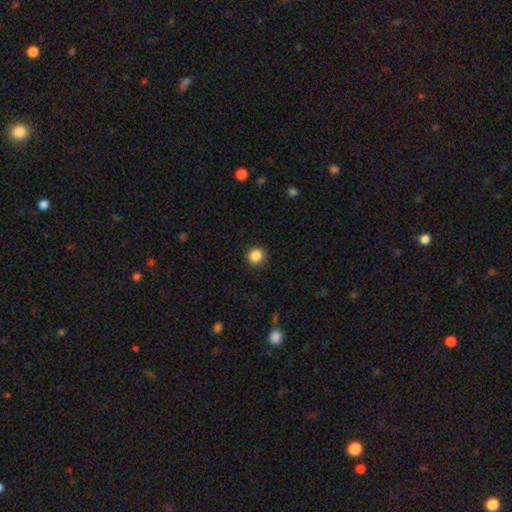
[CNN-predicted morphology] Q: Smooth or featured?
A: smooth (87%); runner-up: star or artifact (10%)
Q: How rounded?
A: round (92%); runner-up: in between (7%)
Q: Merging?
A: none (89%); runner-up: minor disturbance (8%)